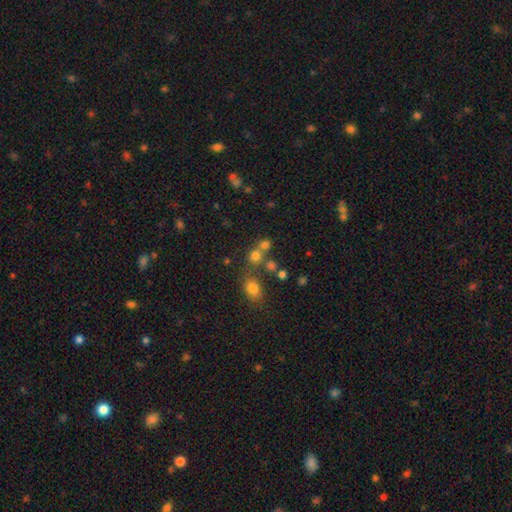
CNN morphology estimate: smooth_or_featured: smooth (p=0.71) [alt: star or artifact p=0.19]
how_rounded: round (p=0.78) [alt: in between p=0.21]
merging: none (p=0.53) [alt: merger p=0.34]